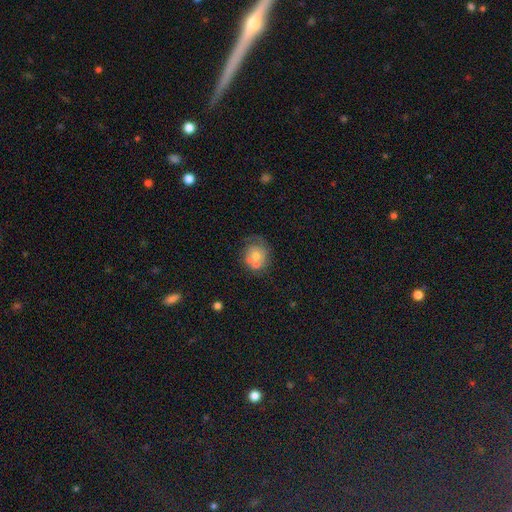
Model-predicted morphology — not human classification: The model was most divided on "merging": none: 36%, merger: 33%, minor disturbance: 18%, major disturbance: 14%. Remaining: smooth or featured — featured or disk (50%).